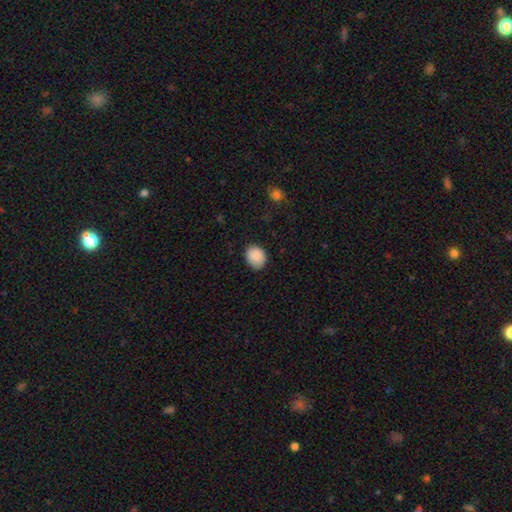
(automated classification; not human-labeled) Overall: smooth (89%). How rounded: round (61%; in between 39%). Merging: none (80%).